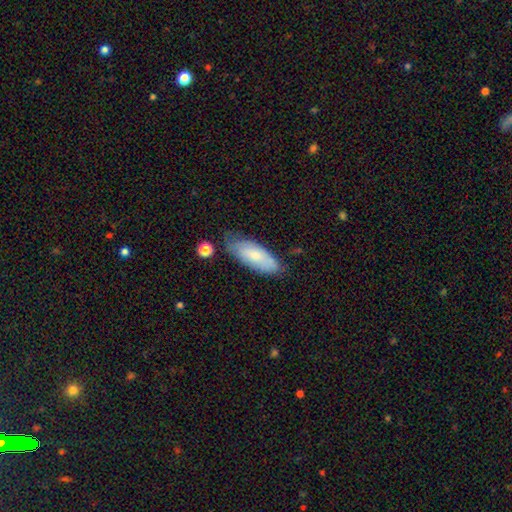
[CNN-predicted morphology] smooth 71%, featured or disk 22%, star or artifact 6%. Down the decision tree: how rounded — in between (75%); merging — none (64%).